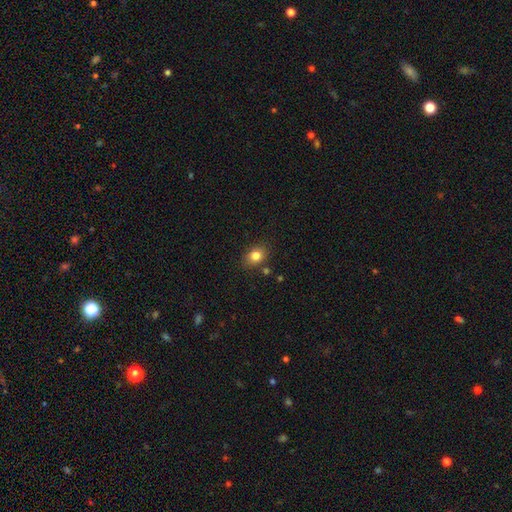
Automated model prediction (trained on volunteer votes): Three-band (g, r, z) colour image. It shows a smooth galaxy with no disk features (82%) that is in between round and cigar-shaped (58%). Merging: none (80%).